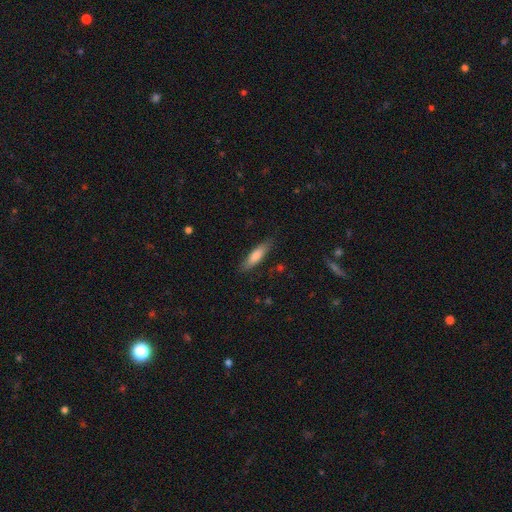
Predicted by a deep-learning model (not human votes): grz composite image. It shows a smooth galaxy with no disk features (76%) that is cigar-shaped (65%). Merging: none (84%).